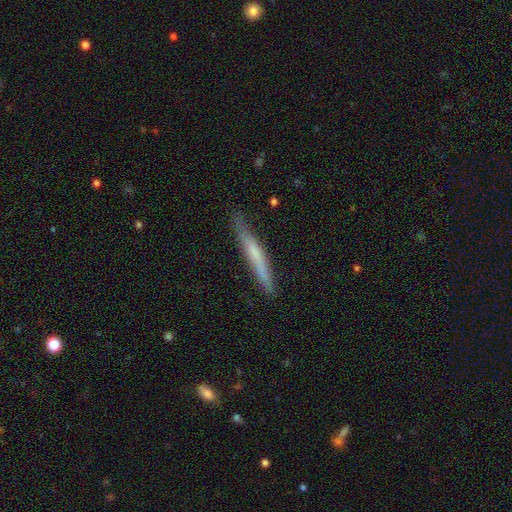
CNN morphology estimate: Smooth or featured?
  - smooth: 53% *
  - featured or disk: 41%
  - star or artifact: 6%
How rounded?
  - cigar-shaped: 96% *
  - in between: 3%
  - round: 1%
Merging?
  - none: 79% *
  - minor disturbance: 17%
  - major disturbance: 3%
  - merger: 2%